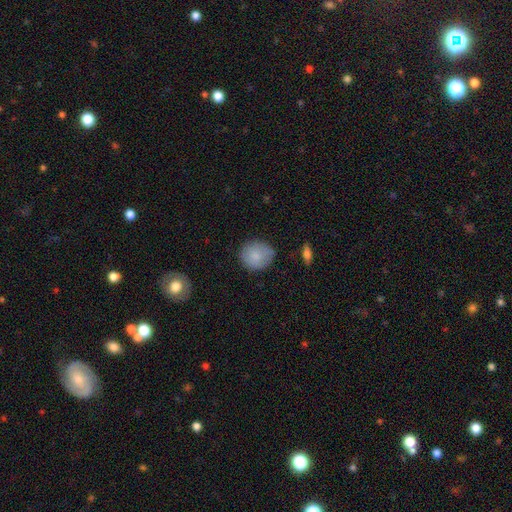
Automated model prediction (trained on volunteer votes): Smooth or featured? smooth (83%)
How rounded? round (82%)
Merging? none (79%)